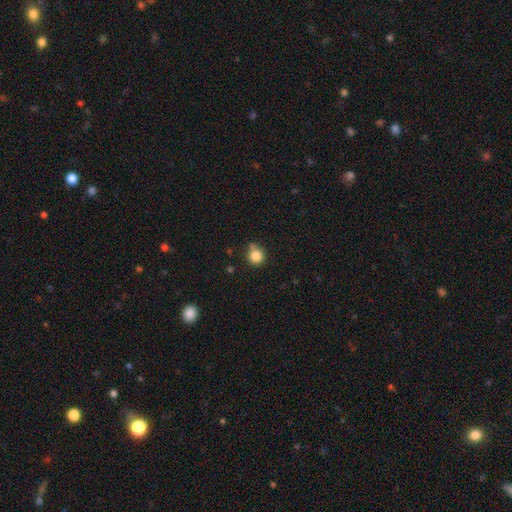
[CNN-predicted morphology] This is clearly a smooth galaxy (83%). How rounded: clearly round (90%). Merging: likely none (69%).